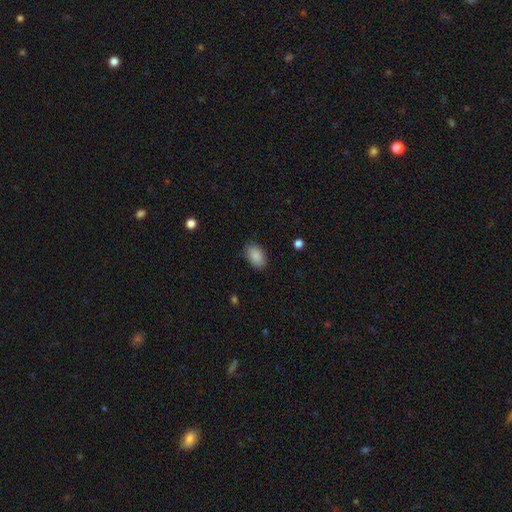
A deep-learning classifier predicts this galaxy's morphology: Smooth or featured?
  - smooth: 89% *
  - star or artifact: 7%
  - featured or disk: 4%
How rounded?
  - in between: 90% *
  - round: 9%
  - cigar-shaped: 1%
Merging?
  - none: 86% *
  - minor disturbance: 11%
  - major disturbance: 3%
  - merger: 1%